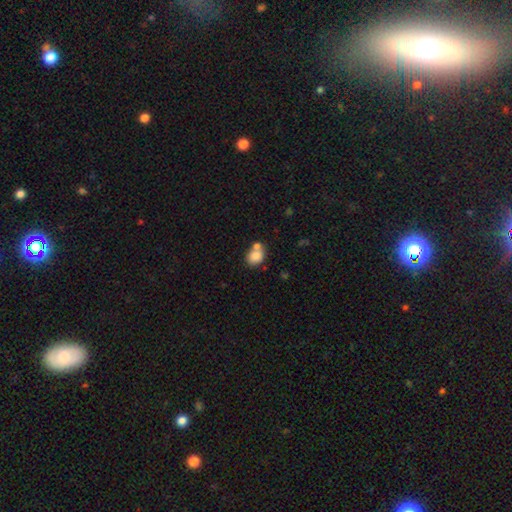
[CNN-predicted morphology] smooth_or_featured: smooth (p=0.83) [alt: star or artifact p=0.09]
how_rounded: round (p=0.53) [alt: in between p=0.46]
merging: none (p=0.45) [alt: merger p=0.39]